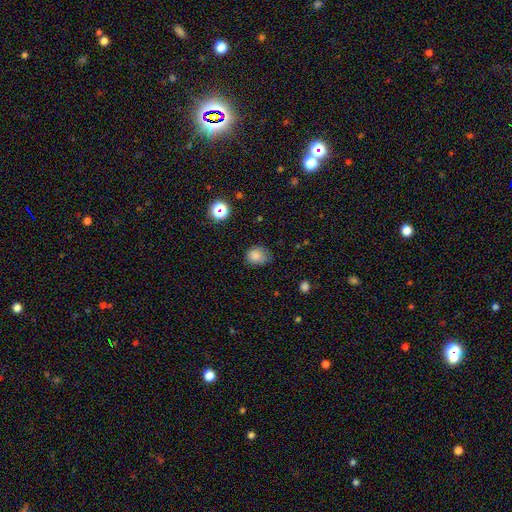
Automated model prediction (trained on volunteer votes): A smooth galaxy with no disk features (81%) that is round (52%).

Vote fractions:
- Smooth or featured? smooth: 81% / star or artifact: 12% / featured or disk: 7%
- How rounded? round: 52% / in between: 47% / cigar-shaped: 1%
- Merging? none: 56% / minor disturbance: 33% / major disturbance: 9% / merger: 2%